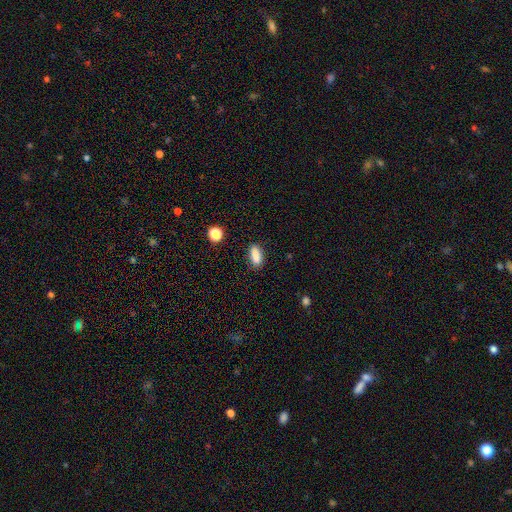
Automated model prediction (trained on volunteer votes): This appears to be a smooth galaxy with no disk features (86%) that is in between round and cigar-shaped (72%). Merging: none (84%).